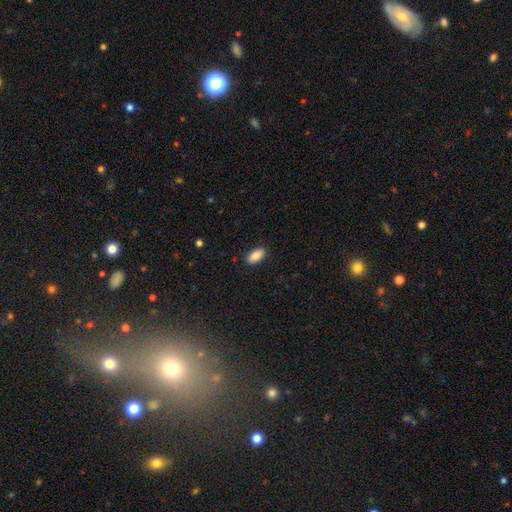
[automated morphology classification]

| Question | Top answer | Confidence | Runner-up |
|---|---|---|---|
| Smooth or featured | smooth | 89% | star or artifact (7%) |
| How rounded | in between | 93% | cigar-shaped (5%) |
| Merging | none | 88% | minor disturbance (8%) |